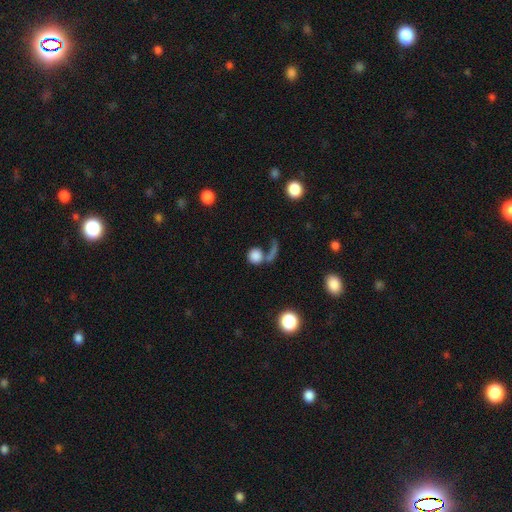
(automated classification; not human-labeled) Overall: smooth (78%). How rounded: round (87%). Merging: none (42%; merger 30%).